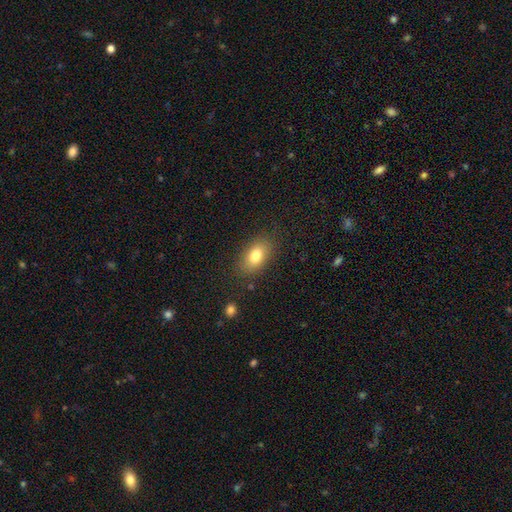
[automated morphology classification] The model was most divided on "smooth or featured": smooth: 80%, featured or disk: 12%, star or artifact: 9%. More confident: how rounded — in between (87%); merging — none (83%).